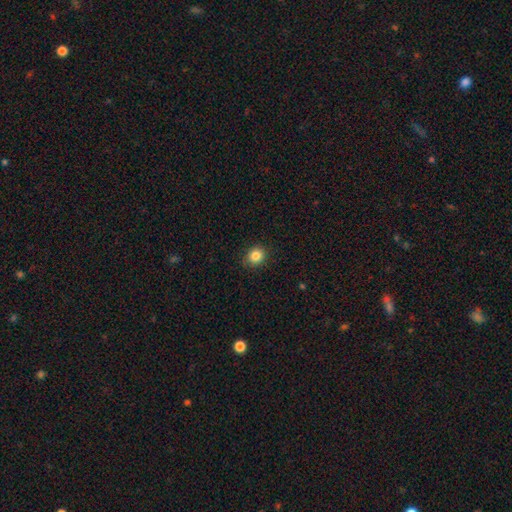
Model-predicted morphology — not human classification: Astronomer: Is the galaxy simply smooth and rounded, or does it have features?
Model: smooth — 85%.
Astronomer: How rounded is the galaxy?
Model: round — 79%.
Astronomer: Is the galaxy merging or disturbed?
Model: none — 89%.